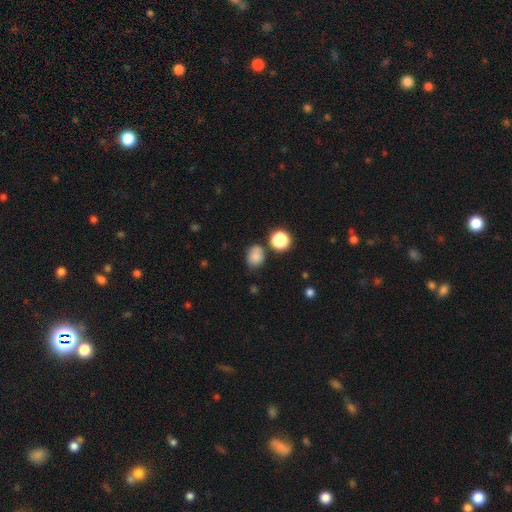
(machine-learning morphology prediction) Smooth or featured: smooth — 82% (star or artifact — 13%)
How rounded: in between — 50% (round — 49%)
Merging: none — 71% (minor disturbance — 17%)